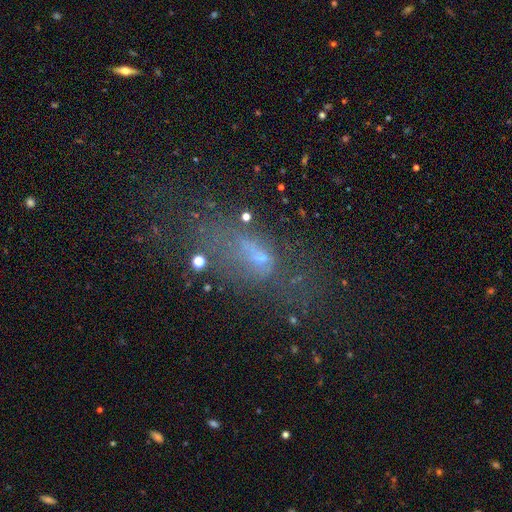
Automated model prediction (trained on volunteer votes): Overall: smooth (37%; featured or disk 34%). Merging: none (41%; major disturbance 30%).